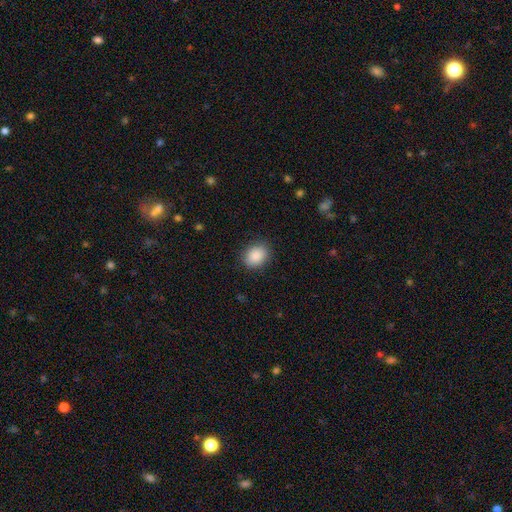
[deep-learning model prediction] Q: Smooth or featured?
A: smooth (89%); runner-up: star or artifact (8%)
Q: How rounded?
A: in between (53%); runner-up: round (46%)
Q: Merging?
A: none (87%); runner-up: minor disturbance (9%)